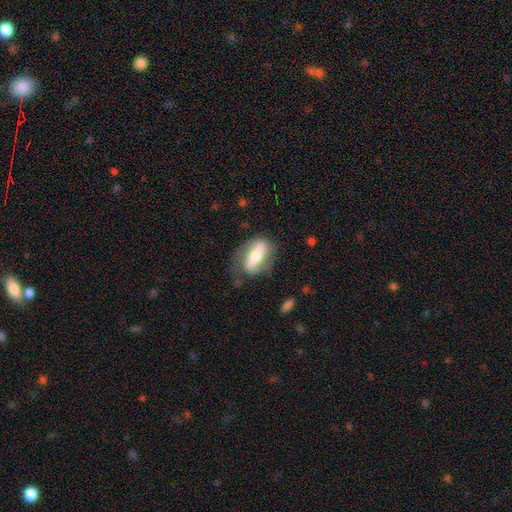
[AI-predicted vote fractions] smooth_or_featured: featured or disk (p=0.55) [alt: smooth p=0.39]
disk_edge_on: no (p=0.71) [alt: yes p=0.29]
merging: none (p=0.64) [alt: minor disturbance p=0.22]